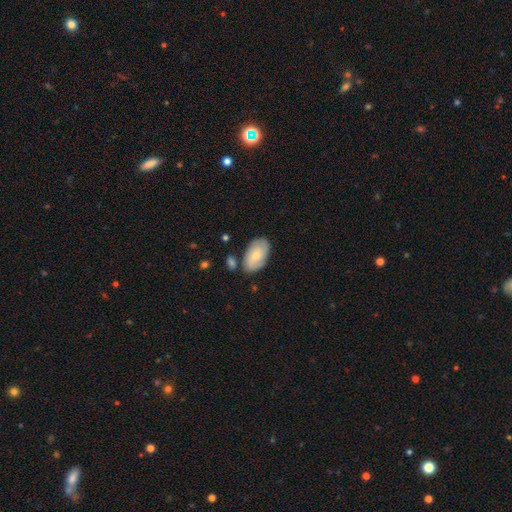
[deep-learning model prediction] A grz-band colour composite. It shows a smooth galaxy with no disk features (52%) that is in between round and cigar-shaped (92%). Merging: none (74%).